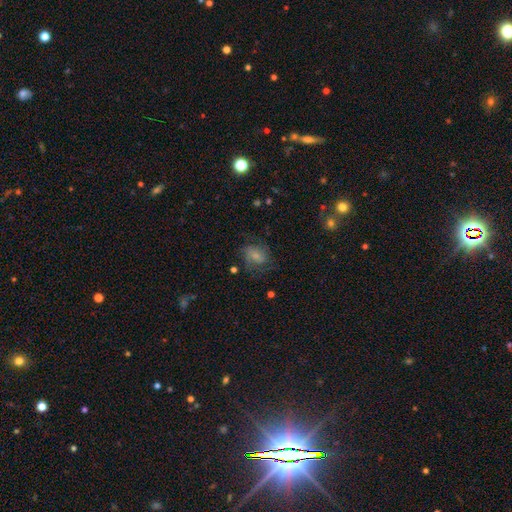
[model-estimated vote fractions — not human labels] smooth 45% (tied), featured or disk 45% (tied), star or artifact 10%. Down the decision tree: merging — none (54%).